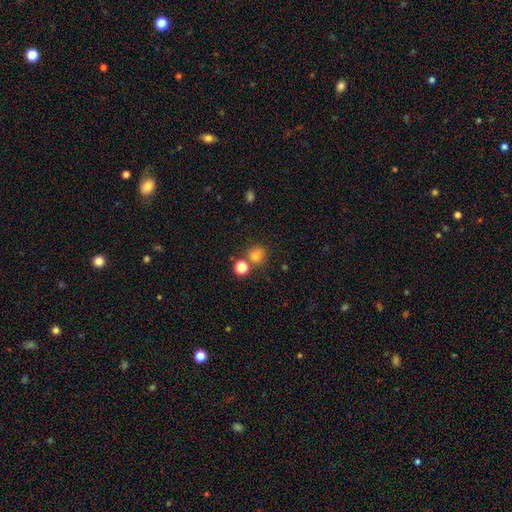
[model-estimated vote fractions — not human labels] A smooth galaxy with no disk features (79%) that is round (84%). Merging: none (69%).